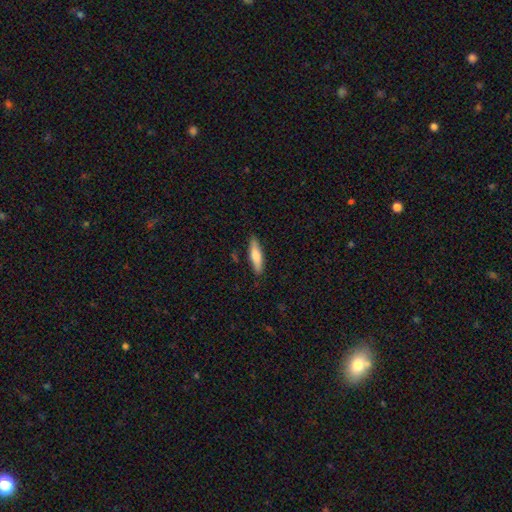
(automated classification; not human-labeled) smooth_or_featured: smooth (p=0.71) [alt: featured or disk p=0.24]
how_rounded: cigar-shaped (p=0.72) [alt: in between p=0.26]
merging: none (p=0.86) [alt: minor disturbance p=0.11]